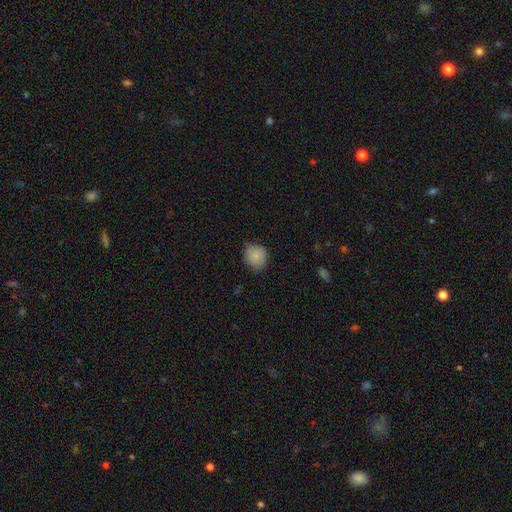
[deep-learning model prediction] A smooth galaxy with no disk features (80%) that is round (82%). Merging: none (71%).